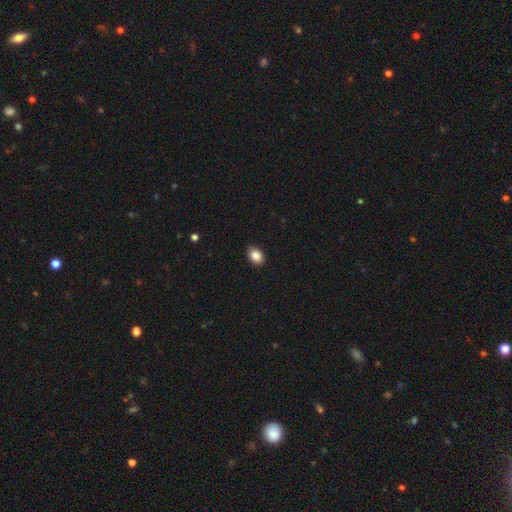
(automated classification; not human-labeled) Overall: smooth (87%). How rounded: in between (66%; round 33%). Merging: none (87%).